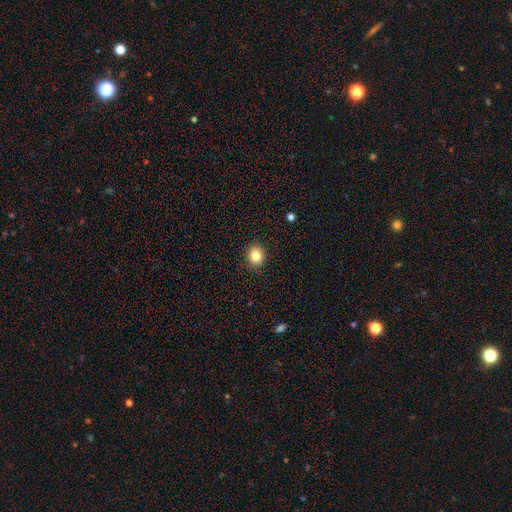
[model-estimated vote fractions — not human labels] Smooth or featured? Predicted: smooth (p=0.84). How rounded? Predicted: round (p=0.69). Merging? Predicted: none (p=0.90).